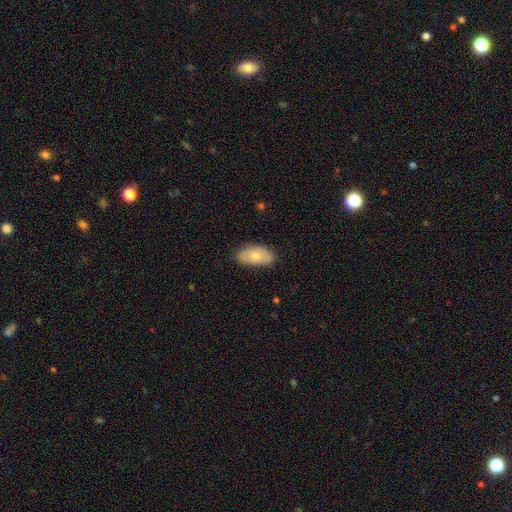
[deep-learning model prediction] smooth_or_featured: smooth (p=0.79) [alt: featured or disk p=0.15]
how_rounded: in between (p=0.94) [alt: round p=0.03]
merging: none (p=0.81) [alt: minor disturbance p=0.15]